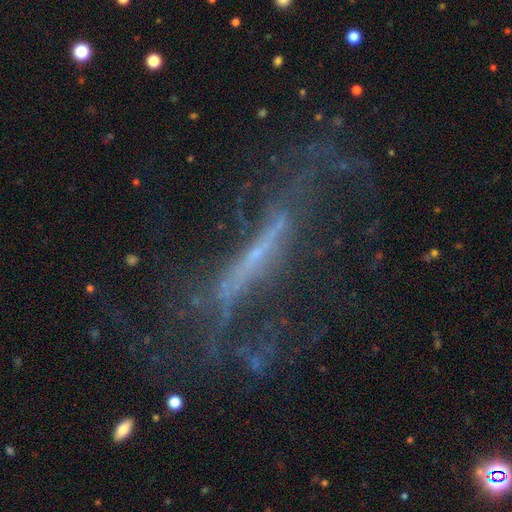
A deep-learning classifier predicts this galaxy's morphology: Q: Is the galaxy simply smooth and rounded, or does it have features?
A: featured or disk — 71%.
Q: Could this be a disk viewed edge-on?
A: no — 55%.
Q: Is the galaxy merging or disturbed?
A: none — 48%.